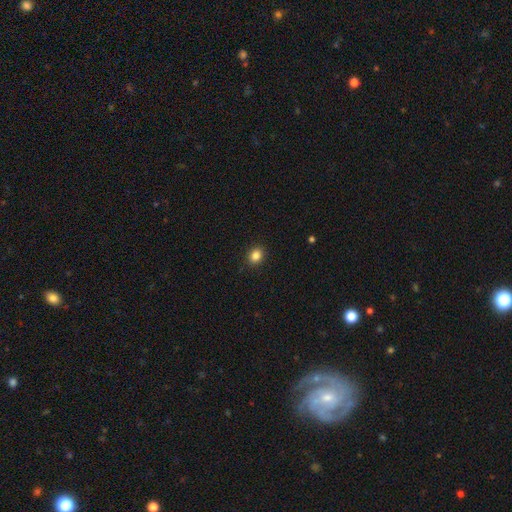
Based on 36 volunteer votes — Smooth or featured? 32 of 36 (89%) said smooth. How rounded? 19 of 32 (59%) said in between. Merging? 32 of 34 (94%) said none.